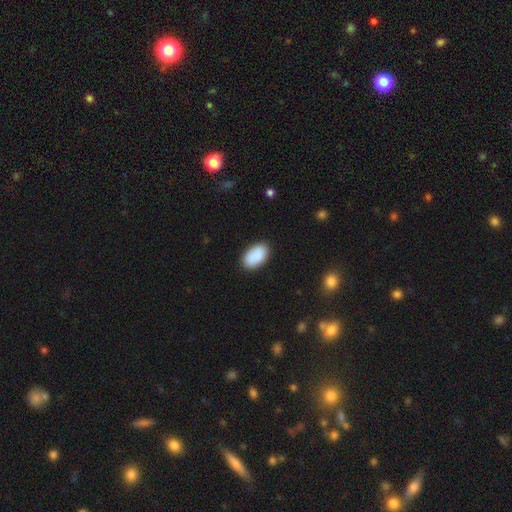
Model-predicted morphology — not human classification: Overall: smooth (89%). How rounded: in between (94%). Merging: none (85%).